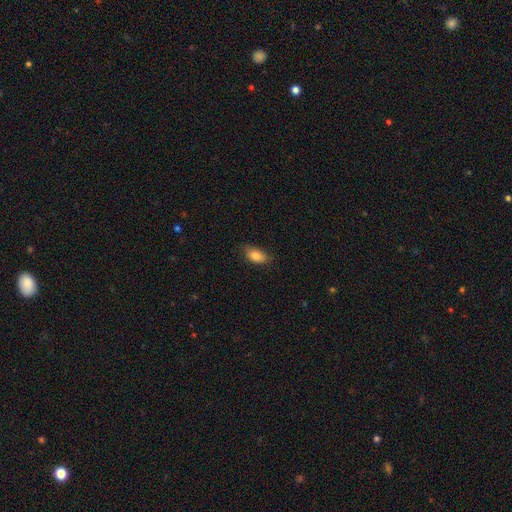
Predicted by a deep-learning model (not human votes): Smooth or featured? Predicted: smooth (p=0.83). How rounded? Predicted: in between (p=0.90). Merging? Predicted: none (p=0.78).